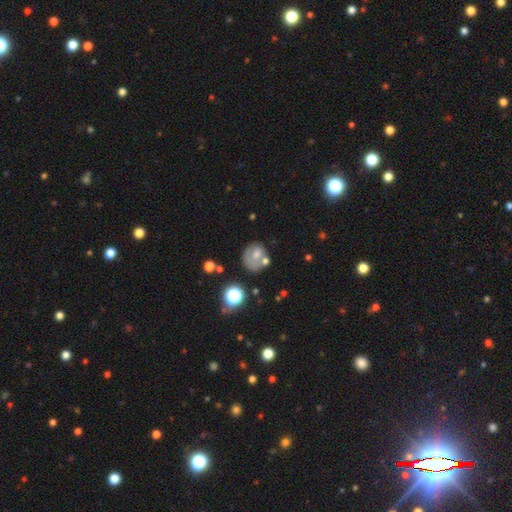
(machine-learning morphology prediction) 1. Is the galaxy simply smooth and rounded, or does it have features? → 53% smooth, 33% featured or disk, 13% star or artifact.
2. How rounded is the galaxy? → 70% round, 29% in between, 1% cigar-shaped.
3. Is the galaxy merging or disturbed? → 46% none, 21% minor disturbance, 17% merger, 15% major disturbance.